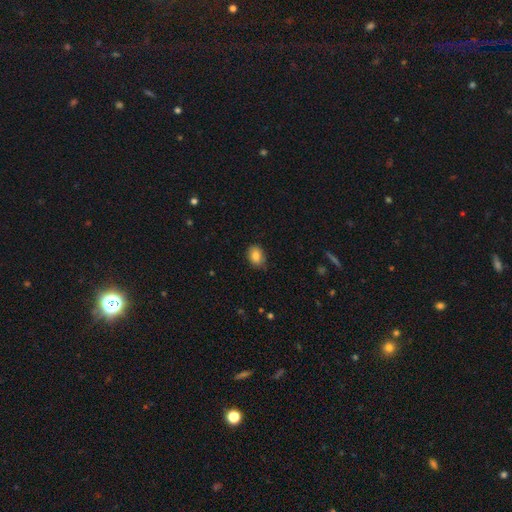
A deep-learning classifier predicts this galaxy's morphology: Smooth or featured? smooth (84%)
How rounded? in between (69%)
Merging? none (77%)